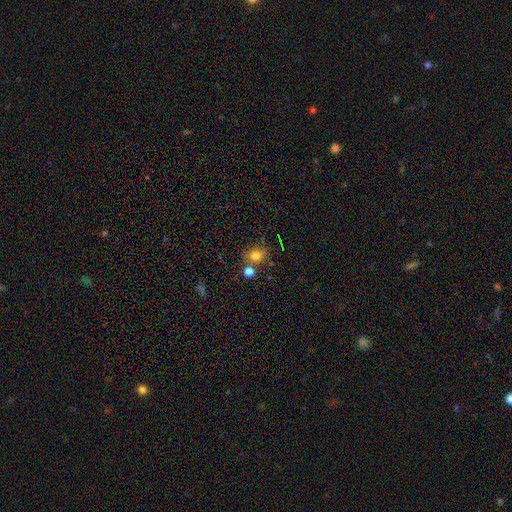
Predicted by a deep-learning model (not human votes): This appears to be a smooth galaxy with no disk features (76%) that is round (62%). Merging: none (62%).